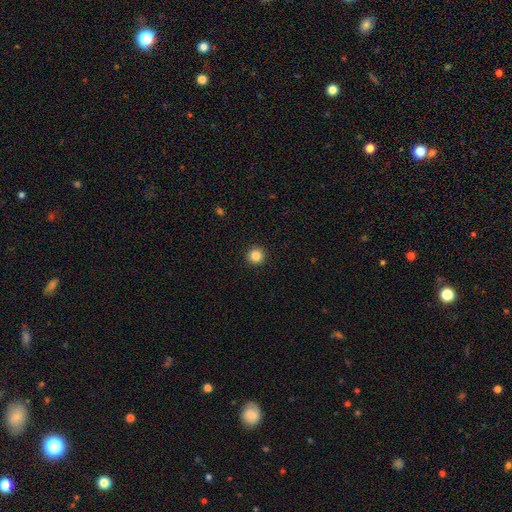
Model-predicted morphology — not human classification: Smooth or featured? smooth (86%)
How rounded? round (96%)
Merging? none (93%)